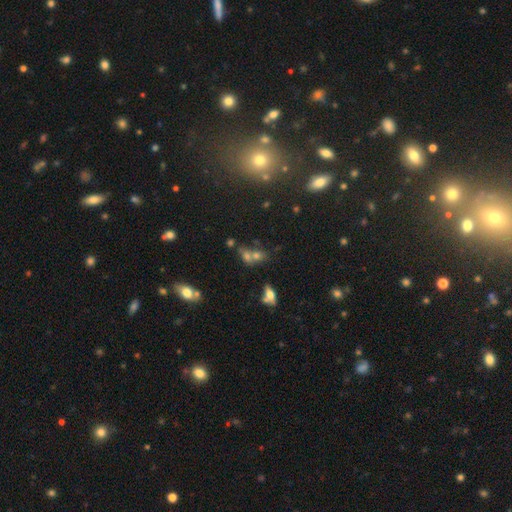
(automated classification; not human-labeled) Smooth or featured: smooth — 54% (star or artifact — 27%)
How rounded: in between — 52% (round — 43%)
Merging: merger — 47% (none — 37%)